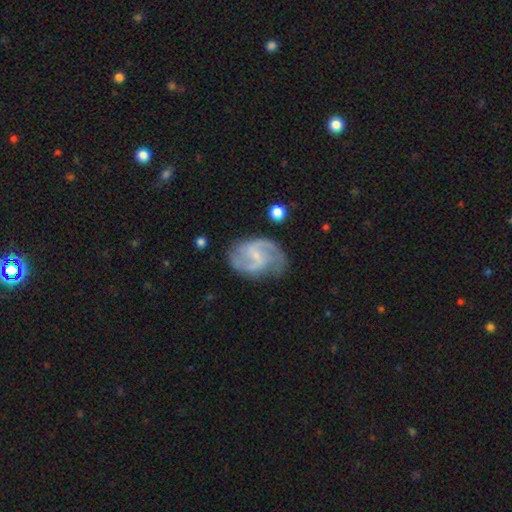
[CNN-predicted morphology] Smooth or featured: featured or disk — 85% (smooth — 10%)
Edge-on disk: no — 98% (yes — 2%)
Bar: weak — 54% (no — 28%)
Spiral arms: yes — 95% (no — 5%)
Spiral winding: medium — 50% (loose — 35%)
Spiral arm count: 2 — 83% (can't tell — 6%)
Bulge size: small — 73% (moderate — 16%)
Merging: none — 67% (minor disturbance — 21%)